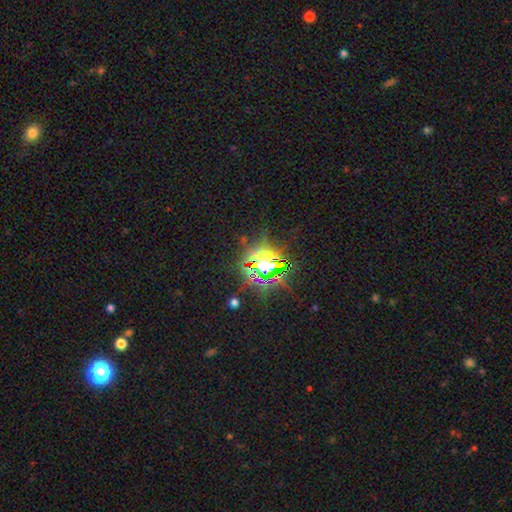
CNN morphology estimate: The model was most divided on "smooth or featured": star or artifact: 75%, smooth: 15%, featured or disk: 10%.